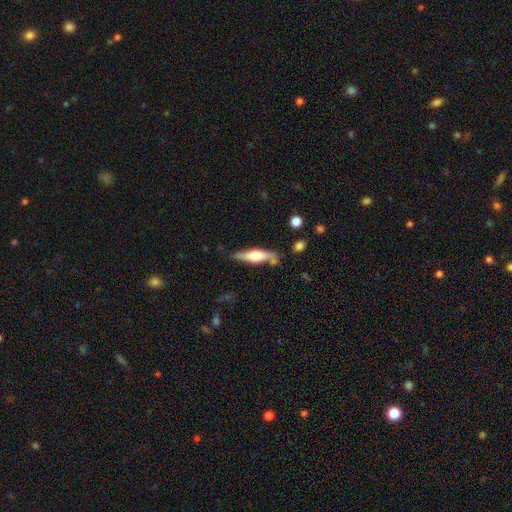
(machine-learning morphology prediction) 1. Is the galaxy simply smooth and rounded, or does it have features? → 49% featured or disk, 45% smooth, 6% star or artifact.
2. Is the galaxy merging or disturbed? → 73% none, 17% minor disturbance, 6% merger, 4% major disturbance.